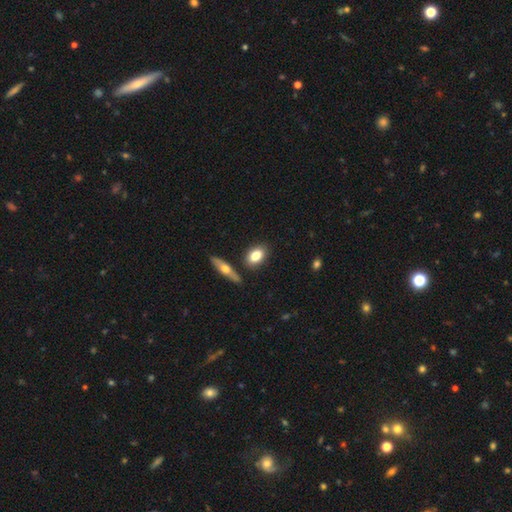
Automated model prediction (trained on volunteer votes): A smooth galaxy with no disk features (79%) that is in between round and cigar-shaped (83%).

Vote fractions:
- Smooth or featured? smooth: 79% / featured or disk: 14% / star or artifact: 6%
- How rounded? in between: 83% / round: 12% / cigar-shaped: 5%
- Merging? none: 80% / minor disturbance: 10% / merger: 7% / major disturbance: 3%